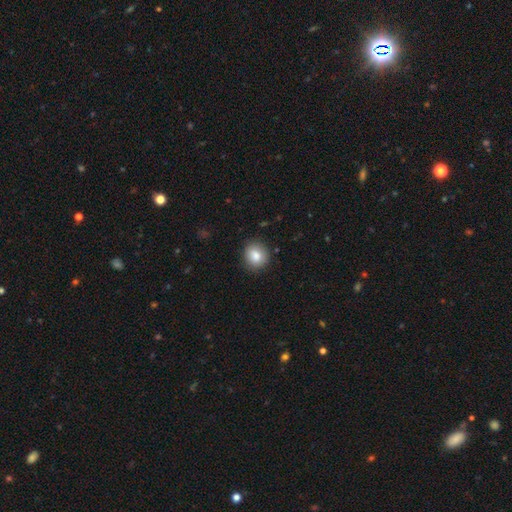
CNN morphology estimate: type=smooth (84%); roundness=round (78%); merging=none (86%).